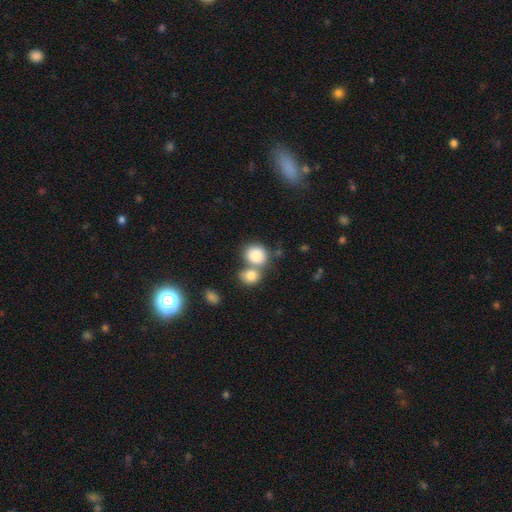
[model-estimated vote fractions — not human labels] Smooth or featured? Predicted: smooth (p=0.83). How rounded? Predicted: round (p=0.73). Merging? Predicted: merger (p=0.50).